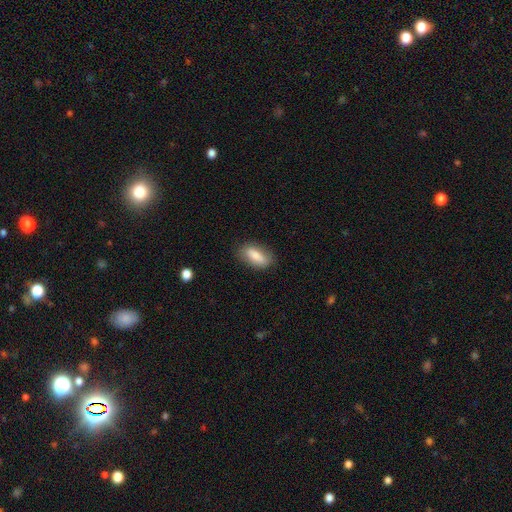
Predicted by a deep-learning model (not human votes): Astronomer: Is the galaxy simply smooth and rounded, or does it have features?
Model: smooth — 81%.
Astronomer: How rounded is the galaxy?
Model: in between — 82%.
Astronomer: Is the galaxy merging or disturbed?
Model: none — 80%.